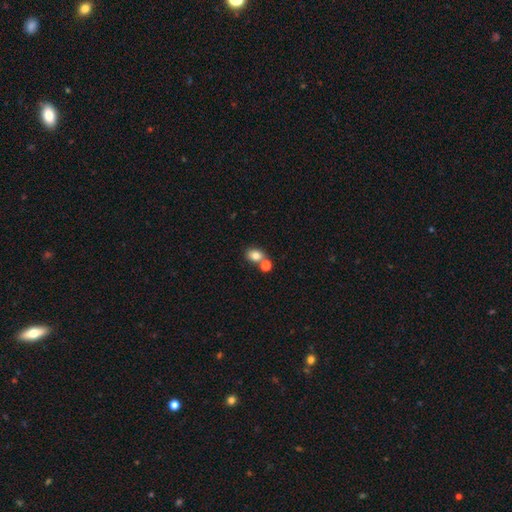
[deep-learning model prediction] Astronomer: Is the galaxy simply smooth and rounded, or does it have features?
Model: smooth — 80%.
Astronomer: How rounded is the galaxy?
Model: in between — 60% (runner-up: round, 39%).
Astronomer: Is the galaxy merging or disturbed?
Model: none — 57%.